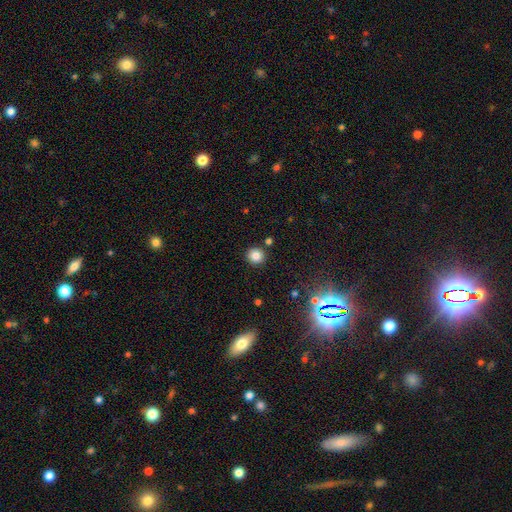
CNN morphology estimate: This appears to be a smooth galaxy with no disk features (81%) that is round (93%). Merging: none (87%).